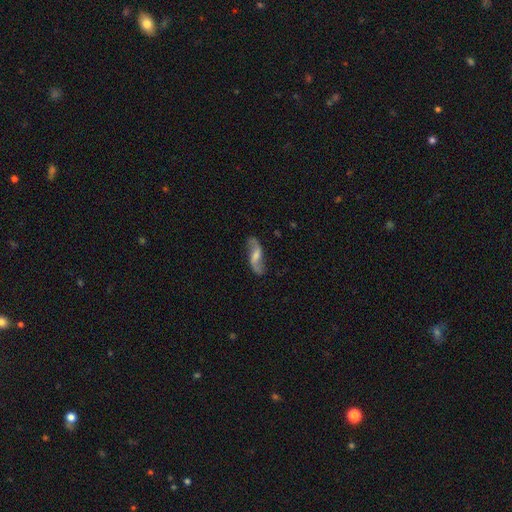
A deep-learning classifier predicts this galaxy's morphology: Smooth or featured? Predicted: featured or disk (p=0.75). Edge-on disk? Predicted: no (p=0.92). Bar? Predicted: weak (p=0.48). Spiral arms? Predicted: yes (p=0.93). Spiral winding? Predicted: loose (p=0.81). Spiral arm count? Predicted: 2 (p=0.92). Bulge size? Predicted: moderate (p=0.39). Merging? Predicted: none (p=0.77).